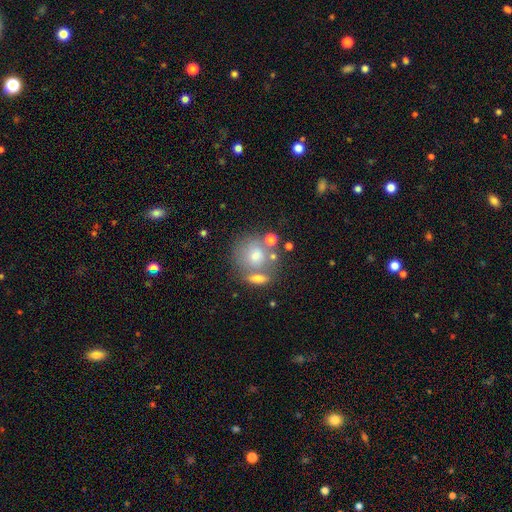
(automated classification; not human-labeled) Q: Smooth or featured?
A: smooth (66%); runner-up: featured or disk (22%)
Q: How rounded?
A: round (82%); runner-up: in between (17%)
Q: Merging?
A: none (51%); runner-up: merger (28%)